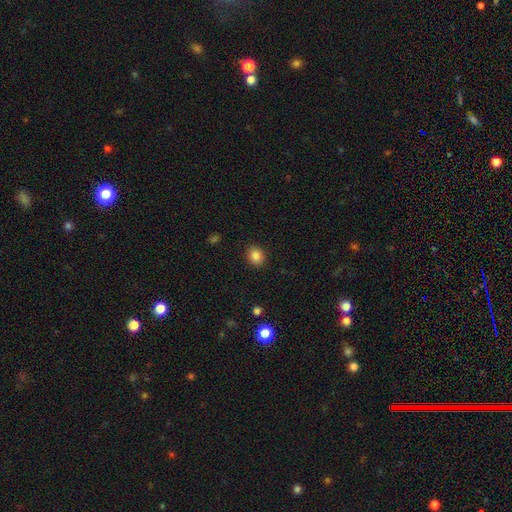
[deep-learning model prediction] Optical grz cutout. It shows a smooth galaxy with no disk features (85%) that is round (58%). Merging: none (90%).